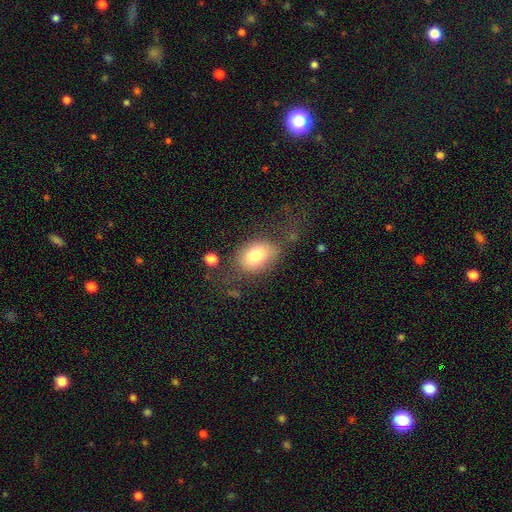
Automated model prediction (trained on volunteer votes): Smooth or featured? smooth (78%)
How rounded? in between (79%)
Merging? none (60%)